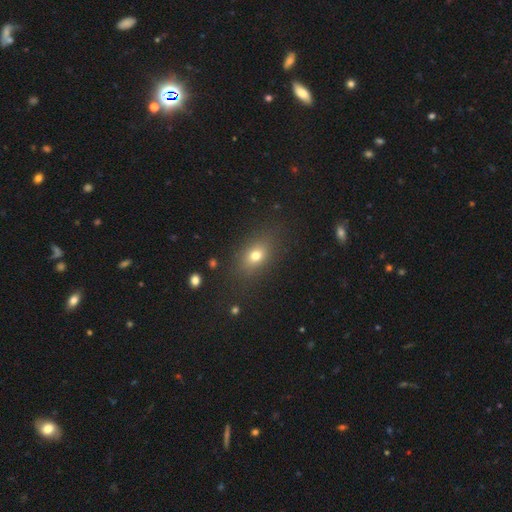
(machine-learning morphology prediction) A smooth galaxy with no disk features (74%) that is in between round and cigar-shaped (70%).

Vote fractions:
- Smooth or featured? smooth: 74% / star or artifact: 14% / featured or disk: 13%
- How rounded? in between: 70% / round: 26% / cigar-shaped: 4%
- Merging? none: 83% / minor disturbance: 11% / major disturbance: 5% / merger: 2%